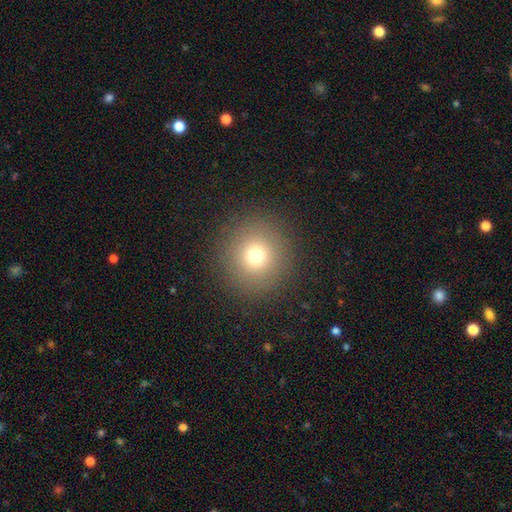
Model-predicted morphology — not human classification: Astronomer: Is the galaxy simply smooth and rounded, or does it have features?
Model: smooth — 73%.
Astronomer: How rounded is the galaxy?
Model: round — 95%.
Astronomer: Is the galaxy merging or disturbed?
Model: none — 90%.